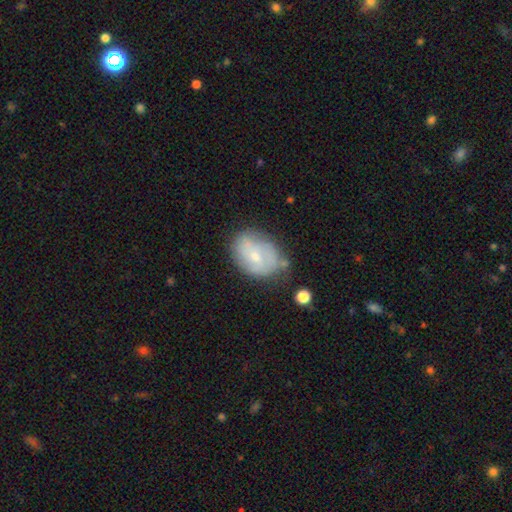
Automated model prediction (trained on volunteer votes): Overall: smooth (48%; featured or disk 44%). Merging: none (54%; minor disturbance 30%).